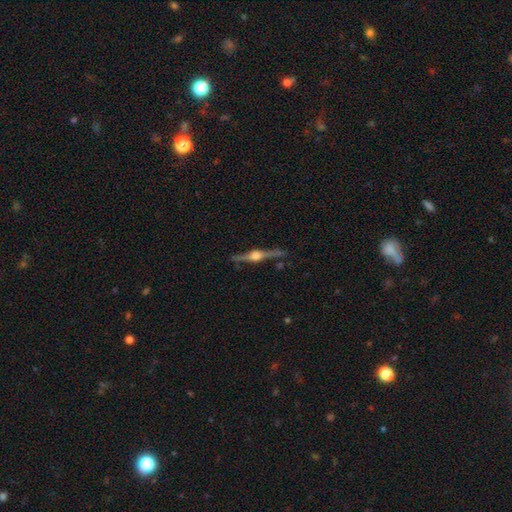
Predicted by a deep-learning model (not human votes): smooth_or_featured: featured or disk (p=0.86) [alt: smooth p=0.08]
disk_edge_on: yes (p=0.98) [alt: no p=0.02]
edge_on_bulge: rounded (p=0.93) [alt: boxy p=0.05]
merging: none (p=0.88) [alt: minor disturbance p=0.08]